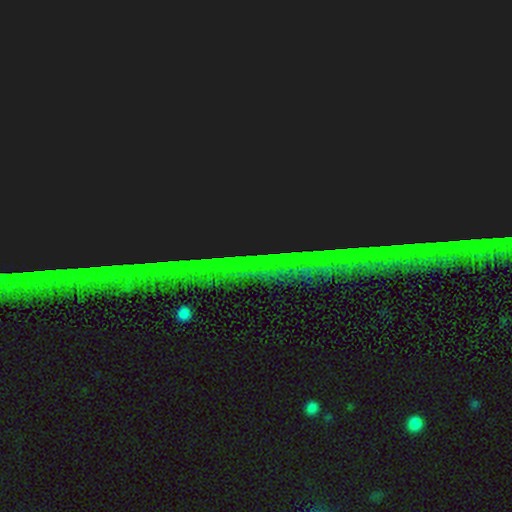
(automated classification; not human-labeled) A star or artifact, not a galaxy (88%).

Vote fractions:
- Smooth or featured? star or artifact: 88% / featured or disk: 6% / smooth: 6%